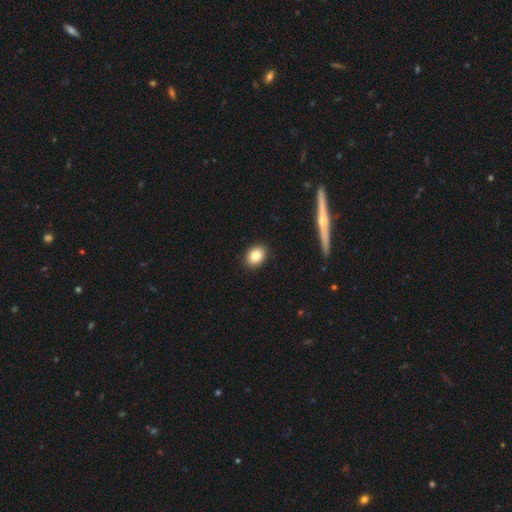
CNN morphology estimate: Smooth or featured?
  - smooth: 81% *
  - featured or disk: 10%
  - star or artifact: 9%
How rounded?
  - in between: 59% *
  - round: 40%
  - cigar-shaped: 1%
Merging?
  - none: 91% *
  - minor disturbance: 6%
  - major disturbance: 2%
  - merger: 1%